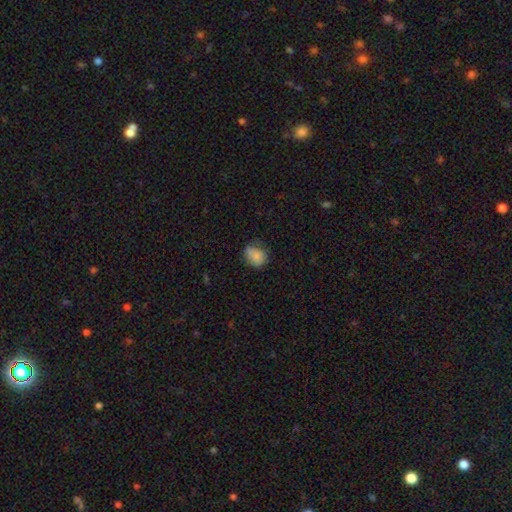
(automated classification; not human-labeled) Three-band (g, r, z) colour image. It shows a smooth galaxy with no disk features (81%) that is in between round and cigar-shaped (50%). Merging: none (55%).